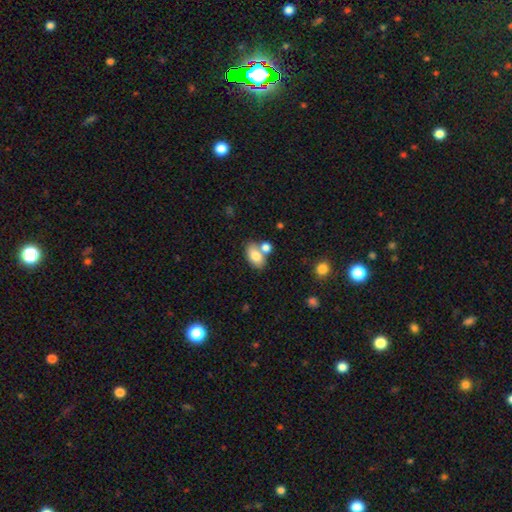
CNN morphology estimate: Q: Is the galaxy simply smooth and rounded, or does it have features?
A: smooth — 80%.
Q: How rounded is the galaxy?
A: in between — 89%.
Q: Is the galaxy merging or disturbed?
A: none — 50%.